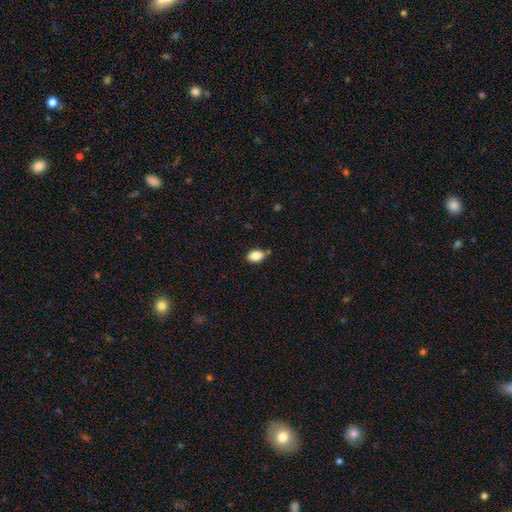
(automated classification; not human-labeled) A smooth galaxy with no disk features (85%) that is in between round and cigar-shaped (84%).

Vote fractions:
- Smooth or featured? smooth: 85% / star or artifact: 9% / featured or disk: 6%
- How rounded? in between: 84% / round: 14% / cigar-shaped: 2%
- Merging? none: 76% / minor disturbance: 17% / merger: 5% / major disturbance: 3%